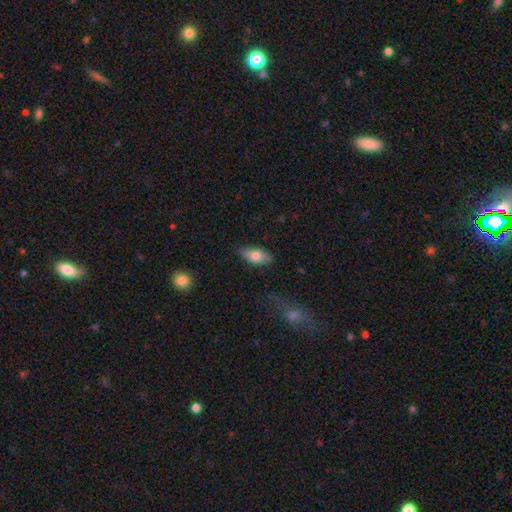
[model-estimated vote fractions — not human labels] Q: Smooth or featured?
A: smooth (73%); runner-up: featured or disk (20%)
Q: How rounded?
A: in between (89%); runner-up: cigar-shaped (7%)
Q: Merging?
A: none (78%); runner-up: minor disturbance (17%)